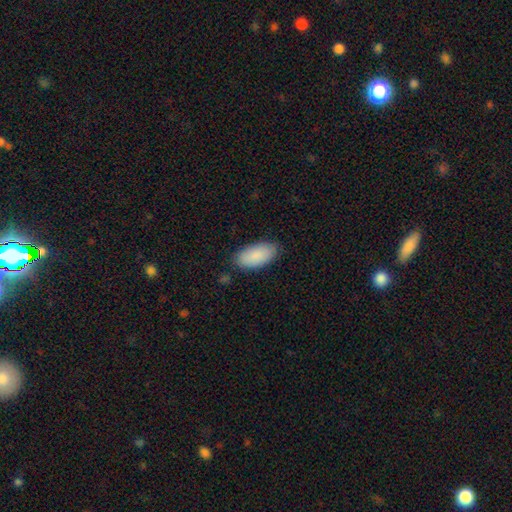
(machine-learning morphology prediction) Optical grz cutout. It shows a smooth galaxy with no disk features (89%) that is in between round and cigar-shaped (94%). Merging: none (83%).